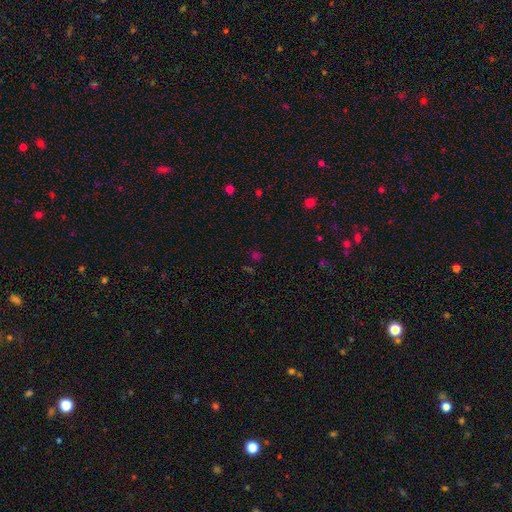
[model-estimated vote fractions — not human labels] A star or artifact, not a galaxy (49%).